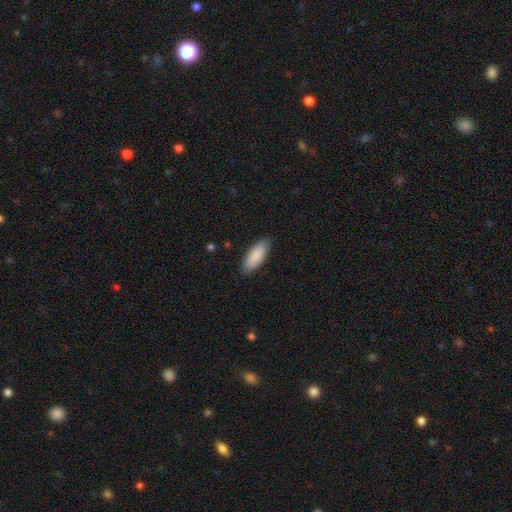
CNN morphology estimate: smooth 87%, featured or disk 8%, star or artifact 5%. Down the decision tree: how rounded — in between (76%); merging — none (85%).